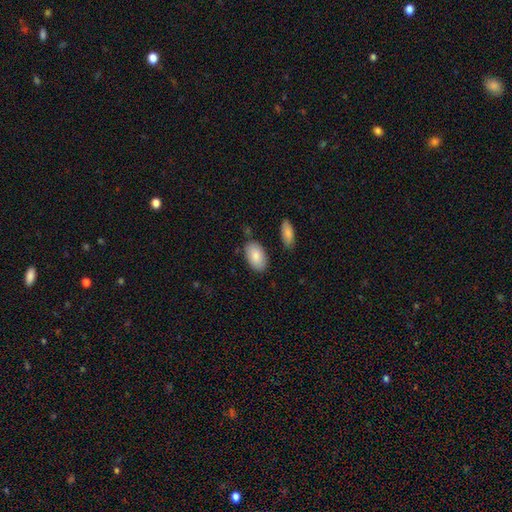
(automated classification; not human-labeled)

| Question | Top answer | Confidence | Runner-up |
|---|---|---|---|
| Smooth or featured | smooth | 86% | featured or disk (8%) |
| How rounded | in between | 95% | round (4%) |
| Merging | none | 80% | minor disturbance (13%) |